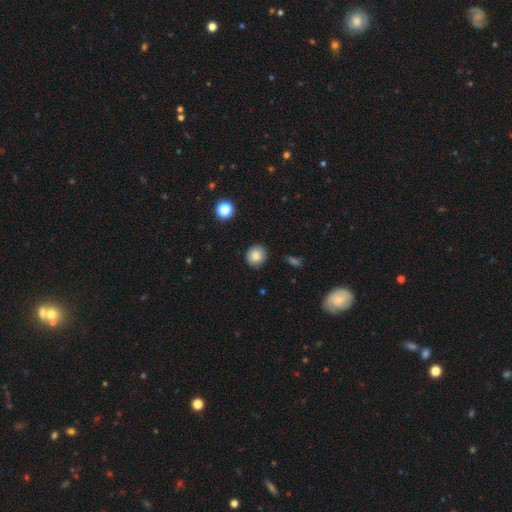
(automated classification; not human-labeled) Smooth or featured: smooth — 85% (star or artifact — 9%)
How rounded: round — 87% (in between — 12%)
Merging: none — 89% (minor disturbance — 8%)